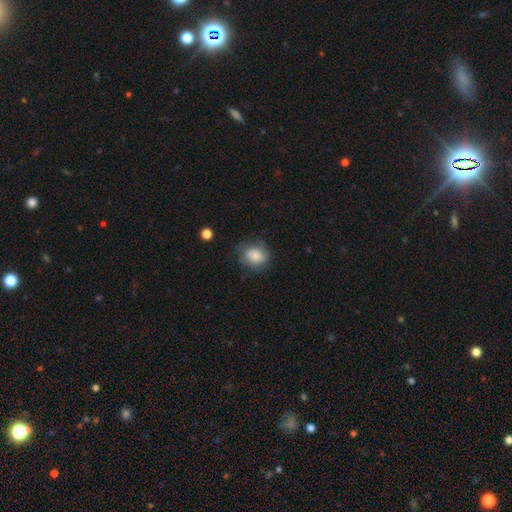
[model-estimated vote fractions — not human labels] Smooth or featured? smooth (80%)
How rounded? round (60%)
Merging? none (66%)